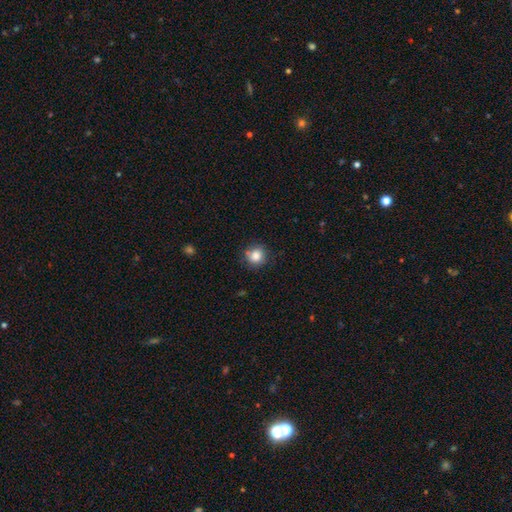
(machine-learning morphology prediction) Q: Smooth or featured?
A: smooth (83%); runner-up: star or artifact (11%)
Q: How rounded?
A: round (87%); runner-up: in between (12%)
Q: Merging?
A: none (78%); runner-up: minor disturbance (14%)